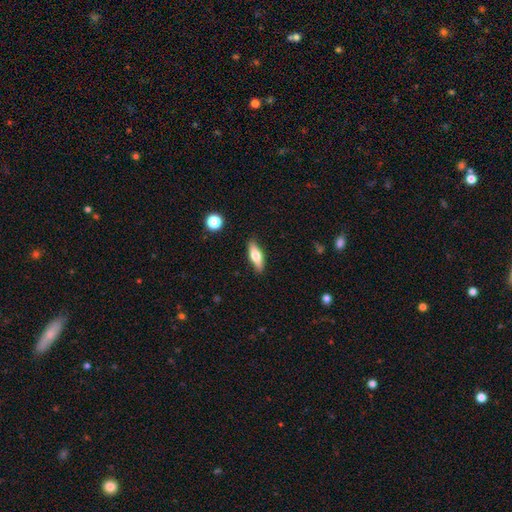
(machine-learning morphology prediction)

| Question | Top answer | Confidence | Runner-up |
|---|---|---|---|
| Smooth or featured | smooth | 63% | featured or disk (30%) |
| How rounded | in between | 56% | cigar-shaped (41%) |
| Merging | none | 86% | minor disturbance (11%) |